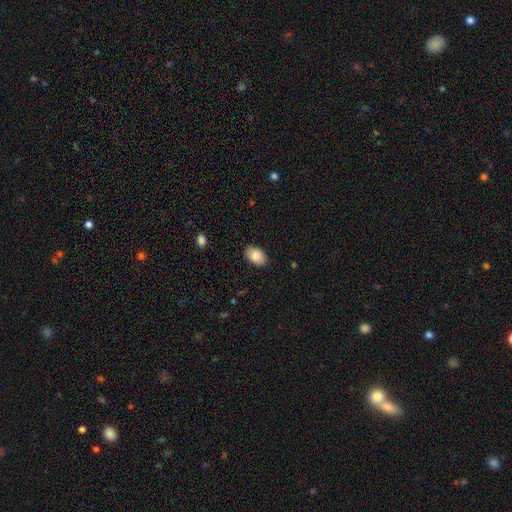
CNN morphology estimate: Smooth or featured? Predicted: smooth (p=0.86). How rounded? Predicted: in between (p=0.91). Merging? Predicted: none (p=0.88).